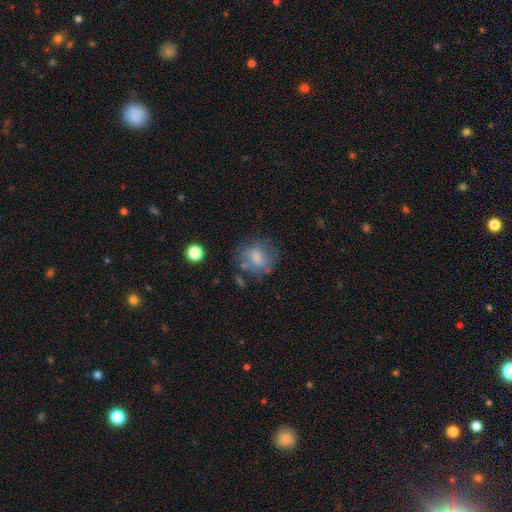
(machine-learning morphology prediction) smooth-or-featured: smooth: 63% | featured or disk: 26% | star or artifact: 12%
  how-rounded: round: 64% | in between: 34% | cigar-shaped: 2%
  merging: none: 61% | minor disturbance: 21% | major disturbance: 13% | merger: 5%